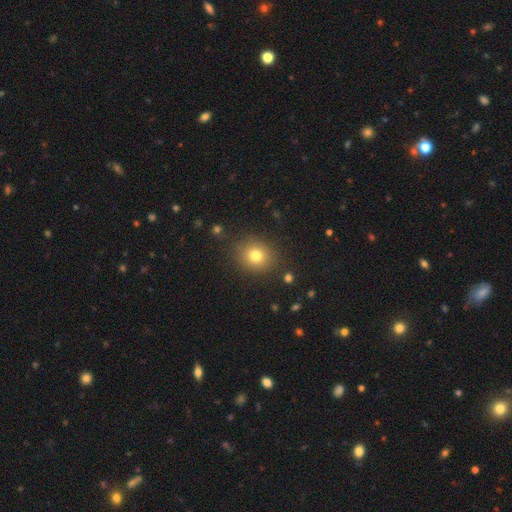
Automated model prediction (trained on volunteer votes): smooth 77%, star or artifact 14%, featured or disk 9%. Down the decision tree: how rounded — round (75%); merging — none (86%).